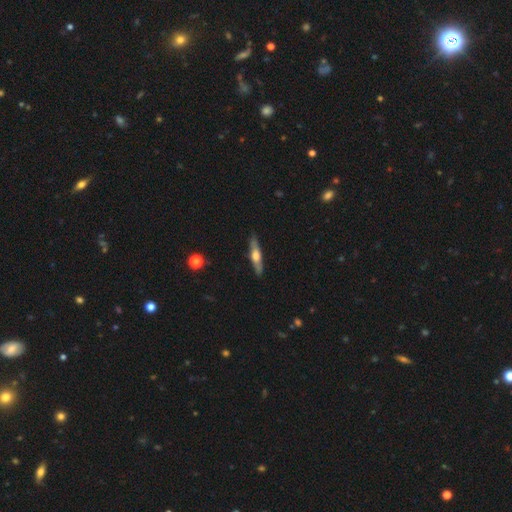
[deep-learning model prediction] Q: Smooth or featured?
A: featured or disk (60%); runner-up: smooth (34%)
Q: Edge-on disk?
A: yes (92%); runner-up: no (8%)
Q: Edge-on bulge?
A: rounded (85%); runner-up: boxy (10%)
Q: Merging?
A: none (87%); runner-up: minor disturbance (10%)